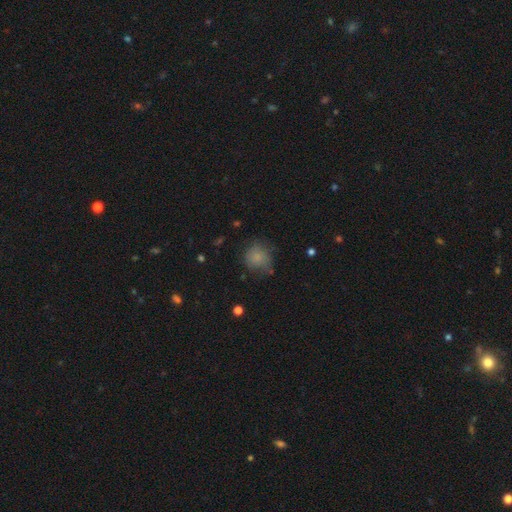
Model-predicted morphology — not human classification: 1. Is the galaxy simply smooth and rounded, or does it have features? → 78% smooth, 12% star or artifact, 10% featured or disk.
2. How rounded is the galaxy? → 84% round, 15% in between, 1% cigar-shaped.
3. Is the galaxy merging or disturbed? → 64% none, 25% minor disturbance, 9% major disturbance, 2% merger.